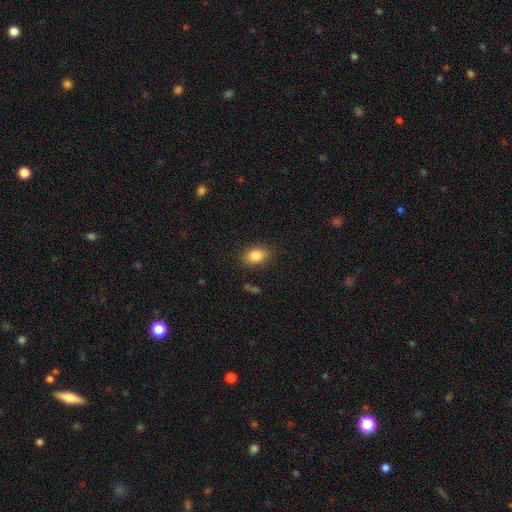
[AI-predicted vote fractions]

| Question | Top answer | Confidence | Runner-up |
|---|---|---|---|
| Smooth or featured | smooth | 86% | star or artifact (8%) |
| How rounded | in between | 82% | round (16%) |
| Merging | none | 85% | minor disturbance (10%) |